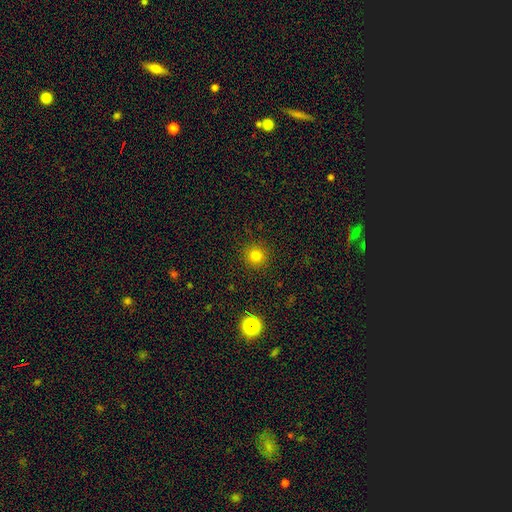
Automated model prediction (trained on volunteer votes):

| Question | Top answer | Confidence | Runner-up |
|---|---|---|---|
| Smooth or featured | smooth | 79% | star or artifact (15%) |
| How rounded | round | 94% | in between (5%) |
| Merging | none | 91% | minor disturbance (6%) |